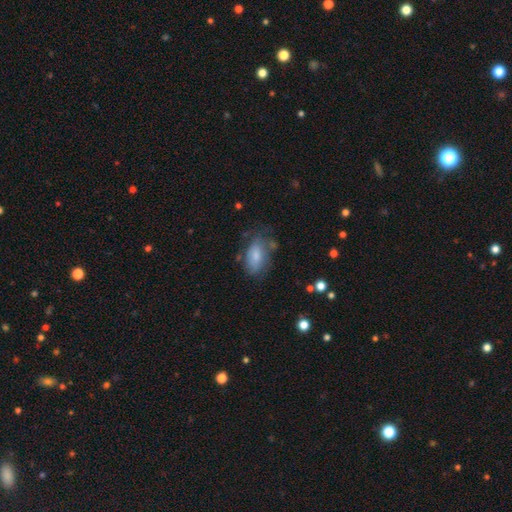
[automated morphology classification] Smooth or featured: smooth — 74% (featured or disk — 19%)
How rounded: in between — 91% (round — 6%)
Merging: none — 56% (minor disturbance — 27%)